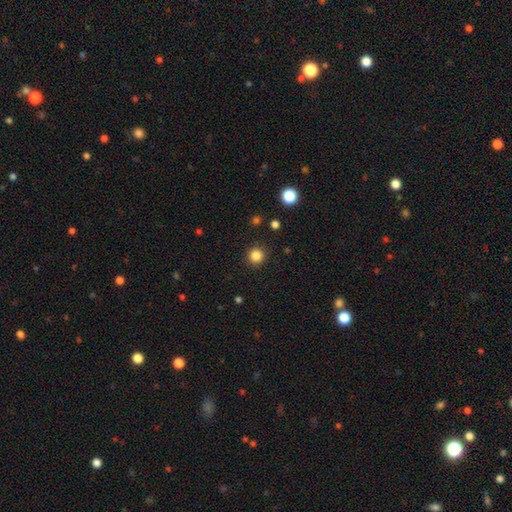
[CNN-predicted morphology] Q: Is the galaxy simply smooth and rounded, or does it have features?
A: smooth — 84%.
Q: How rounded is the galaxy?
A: round — 95%.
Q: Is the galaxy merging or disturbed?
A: none — 91%.